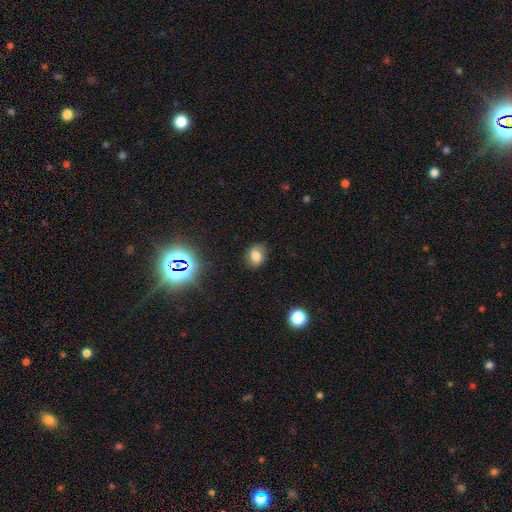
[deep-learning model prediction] Q: Smooth or featured?
A: smooth (74%); runner-up: star or artifact (15%)
Q: How rounded?
A: in between (60%); runner-up: round (39%)
Q: Merging?
A: none (81%); runner-up: minor disturbance (14%)